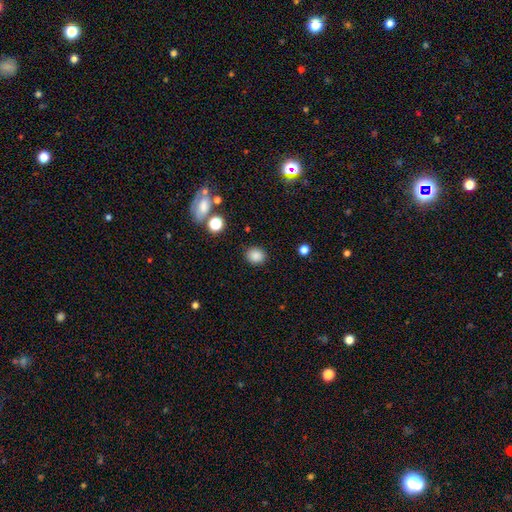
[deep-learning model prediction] smooth_or_featured: smooth (p=0.85) [alt: star or artifact p=0.12]
how_rounded: round (p=0.75) [alt: in between p=0.24]
merging: none (p=0.86) [alt: minor disturbance p=0.09]